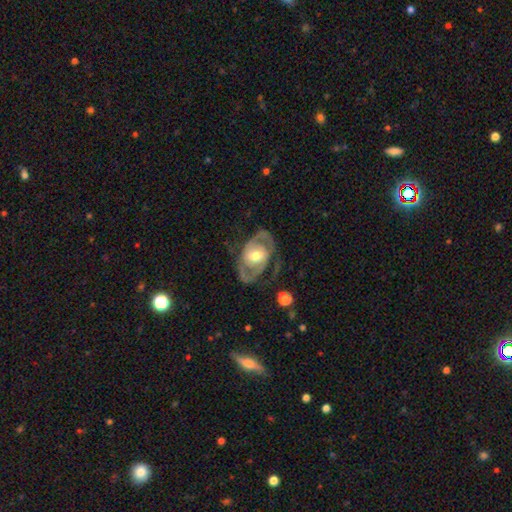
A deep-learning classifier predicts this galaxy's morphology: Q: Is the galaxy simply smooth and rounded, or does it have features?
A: featured or disk — 81%.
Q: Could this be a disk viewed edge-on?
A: no — 96%.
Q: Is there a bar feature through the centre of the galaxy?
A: no — 44%.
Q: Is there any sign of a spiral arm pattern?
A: yes — 83%.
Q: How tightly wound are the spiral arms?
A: medium — 50%.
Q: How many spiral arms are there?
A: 2 — 83%.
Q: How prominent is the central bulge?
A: moderate — 65%.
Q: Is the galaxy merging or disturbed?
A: none — 68%.